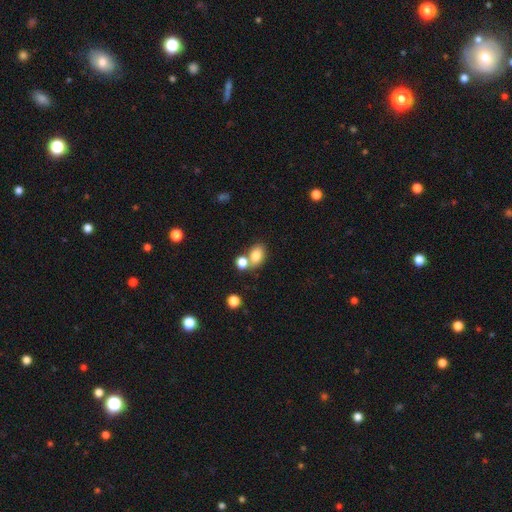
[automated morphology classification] This appears to be a smooth galaxy with no disk features (81%) that is in between round and cigar-shaped (73%). Merging: none (52%).